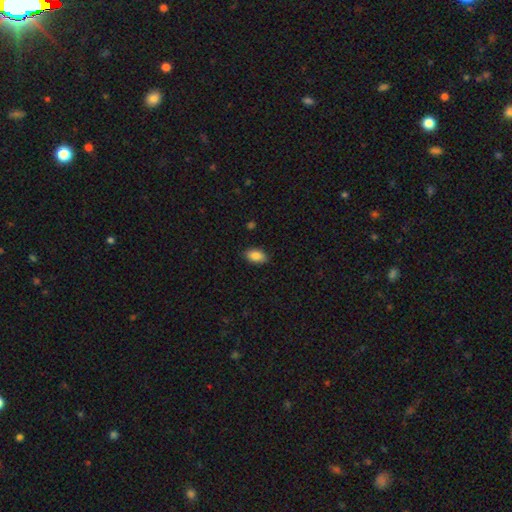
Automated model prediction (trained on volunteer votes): Q: Smooth or featured?
A: smooth (87%); runner-up: star or artifact (7%)
Q: How rounded?
A: in between (92%); runner-up: round (5%)
Q: Merging?
A: none (88%); runner-up: minor disturbance (9%)